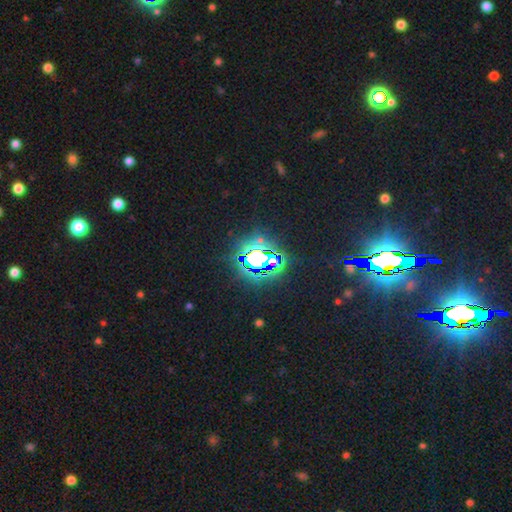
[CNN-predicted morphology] Smooth or featured: star or artifact — 83% (smooth — 9%)